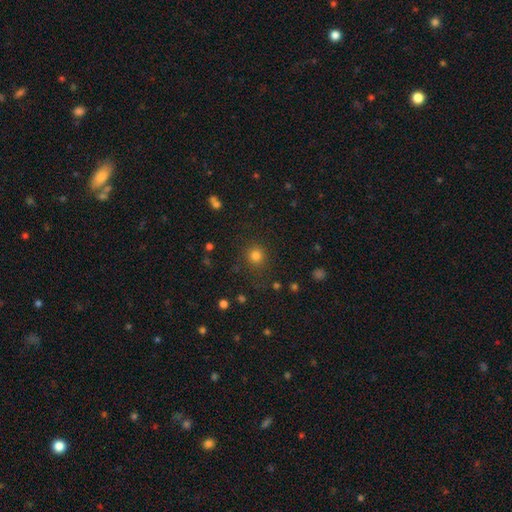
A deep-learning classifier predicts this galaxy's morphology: A smooth galaxy with no disk features (80%) that is round (92%).

Vote fractions:
- Smooth or featured? smooth: 80% / star or artifact: 15% / featured or disk: 5%
- How rounded? round: 92% / in between: 8% / cigar-shaped: 1%
- Merging? none: 84% / minor disturbance: 9% / major disturbance: 4% / merger: 2%